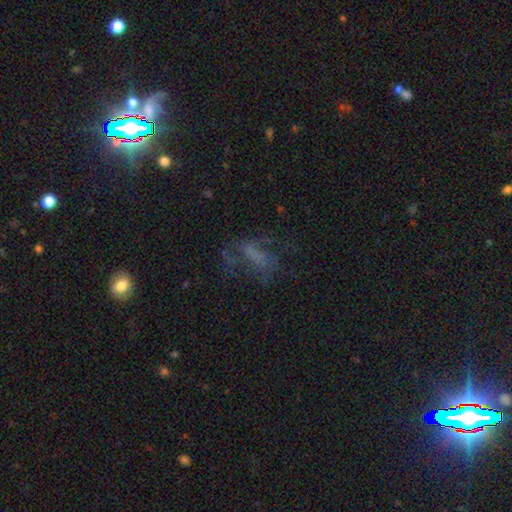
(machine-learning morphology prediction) type=featured or disk (40%); merging=none (46%).